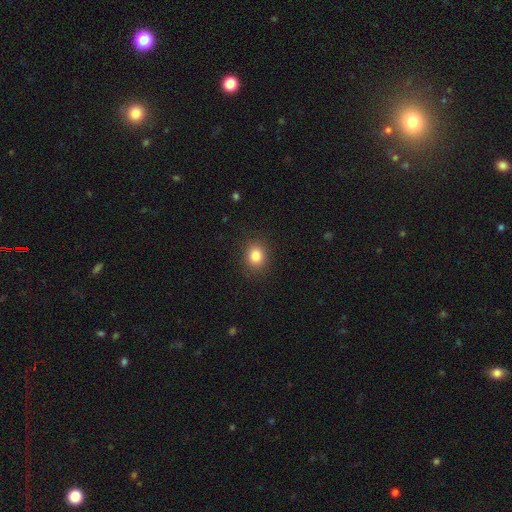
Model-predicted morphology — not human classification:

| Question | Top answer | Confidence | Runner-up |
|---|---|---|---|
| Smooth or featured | smooth | 82% | star or artifact (11%) |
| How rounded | round | 69% | in between (30%) |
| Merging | none | 89% | minor disturbance (8%) |